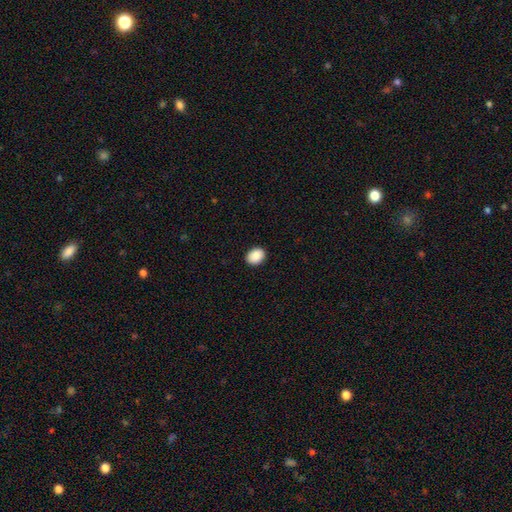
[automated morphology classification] smooth 90%, star or artifact 7%, featured or disk 3%. Down the decision tree: how rounded — in between (61%); merging — none (91%).